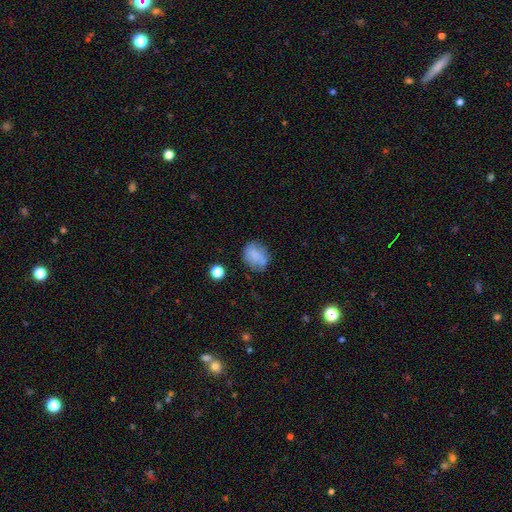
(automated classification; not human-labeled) Overall: smooth (73%). How rounded: in between (52%; round 46%). Merging: none (62%; minor disturbance 24%).